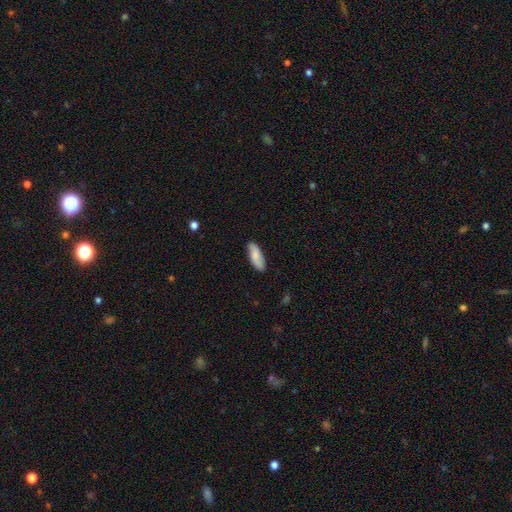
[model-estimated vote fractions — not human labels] smooth 76%, featured or disk 18%, star or artifact 6%. Down the decision tree: how rounded — in between (74%); merging — none (82%).